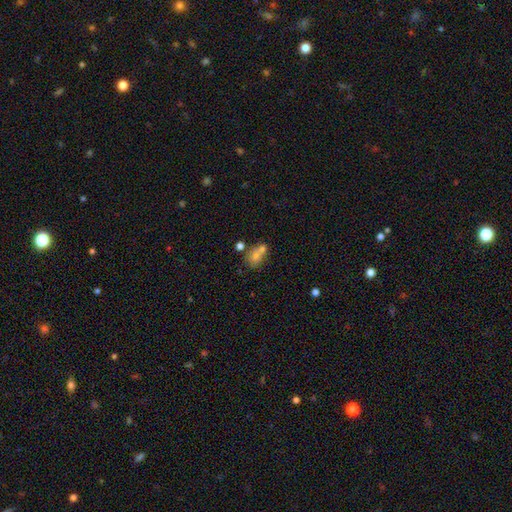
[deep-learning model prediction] A smooth galaxy with no disk features (68%) that is in between round and cigar-shaped (57%).

Vote fractions:
- Smooth or featured? smooth: 68% / featured or disk: 20% / star or artifact: 12%
- How rounded? in between: 57% / round: 41% / cigar-shaped: 2%
- Merging? merger: 50% / none: 33% / minor disturbance: 11% / major disturbance: 6%